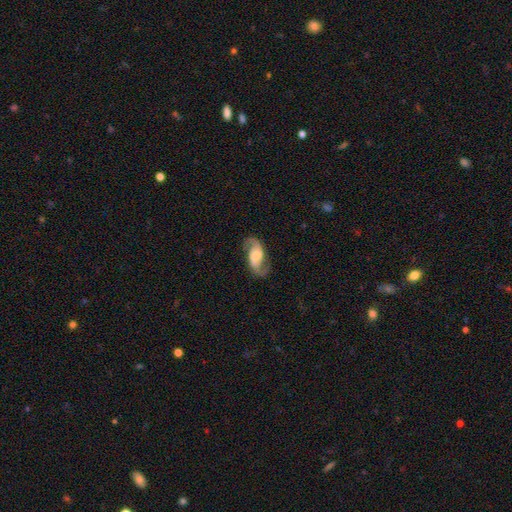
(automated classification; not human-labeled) smooth_or_featured: featured or disk (p=0.87) [alt: smooth p=0.08]
disk_edge_on: no (p=0.97) [alt: yes p=0.03]
bar: weak (p=0.45) [alt: no p=0.38]
has_spiral_arms: yes (p=0.97) [alt: no p=0.03]
spiral_winding: medium (p=0.49) [alt: loose p=0.39]
spiral_arm_count: 2 (p=0.94) [alt: can't tell p=0.02]
bulge_size: moderate (p=0.37) [alt: large p=0.25]
merging: none (p=0.80) [alt: minor disturbance p=0.13]